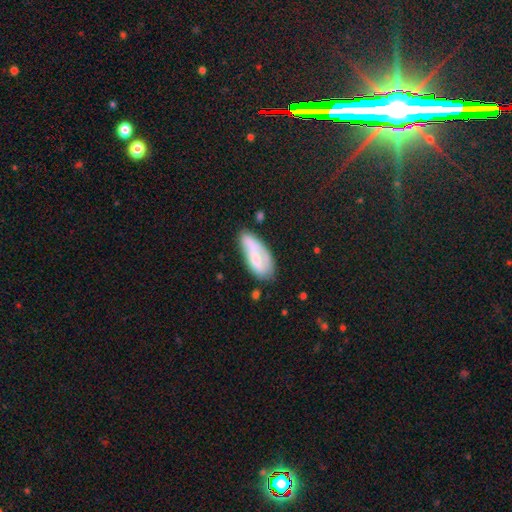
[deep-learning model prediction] Morphology: type=smooth (58%); roundness=in between (78%); merging=none (50%).